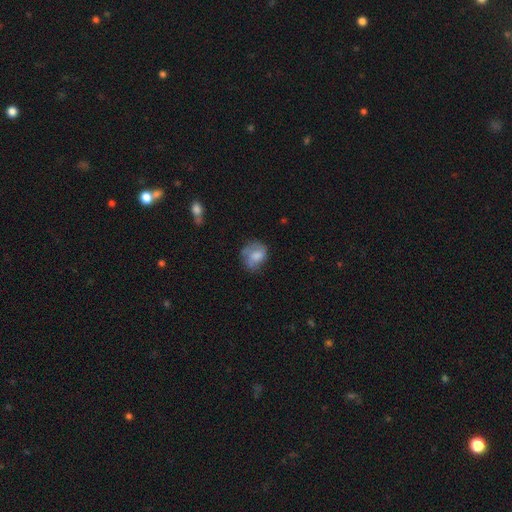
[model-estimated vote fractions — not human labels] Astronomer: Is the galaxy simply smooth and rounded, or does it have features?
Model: smooth — 64%.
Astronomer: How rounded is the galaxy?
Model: round — 56% (runner-up: in between, 43%).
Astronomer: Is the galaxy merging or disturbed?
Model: none — 51% (runner-up: minor disturbance, 30%).